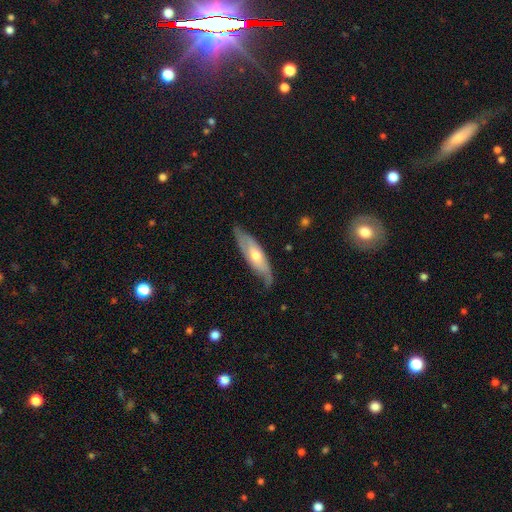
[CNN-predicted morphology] Smooth or featured: featured or disk — 56% (smooth — 38%)
Edge-on disk: no — 60% (yes — 40%)
Merging: none — 69% (minor disturbance — 24%)